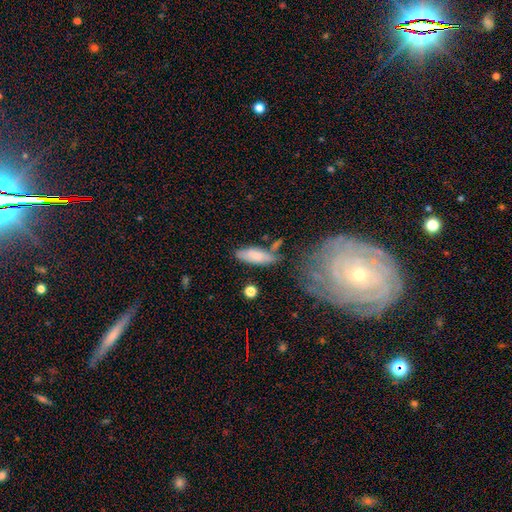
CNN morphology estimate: This is likely a smooth galaxy (74%). How rounded: possibly in between (60%). Merging: likely none (62%).